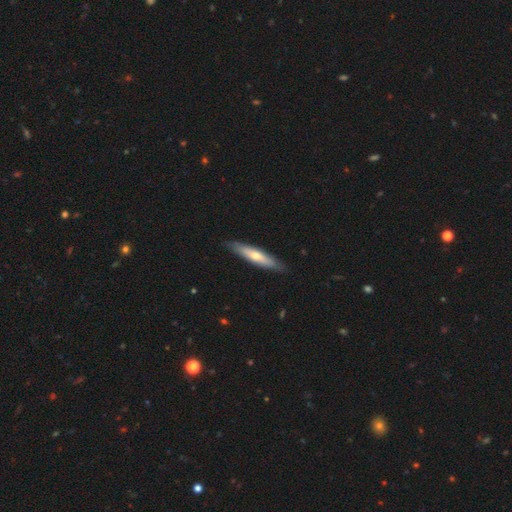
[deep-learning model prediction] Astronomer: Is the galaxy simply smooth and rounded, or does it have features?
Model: smooth — 53% (runner-up: featured or disk, 42%).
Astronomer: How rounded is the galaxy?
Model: cigar-shaped — 85%.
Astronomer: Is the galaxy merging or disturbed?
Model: none — 87%.